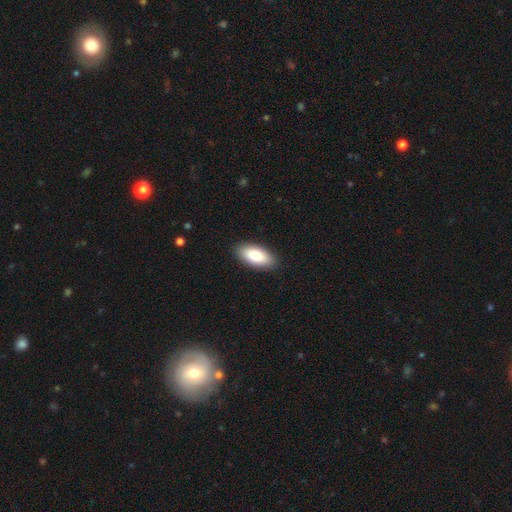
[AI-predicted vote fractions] Smooth or featured? smooth (84%)
How rounded? in between (89%)
Merging? none (89%)